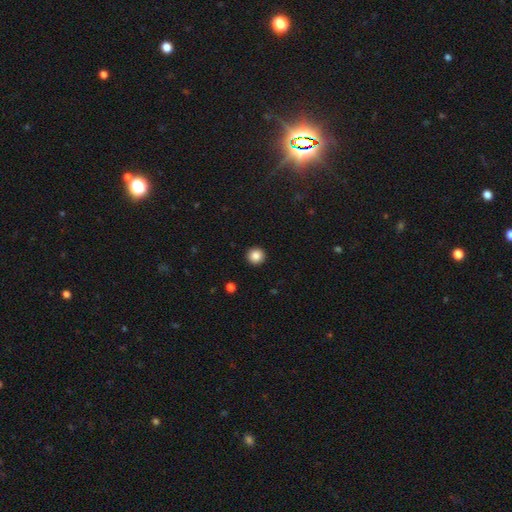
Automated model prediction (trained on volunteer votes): Overall: smooth (86%). How rounded: round (95%). Merging: none (93%).